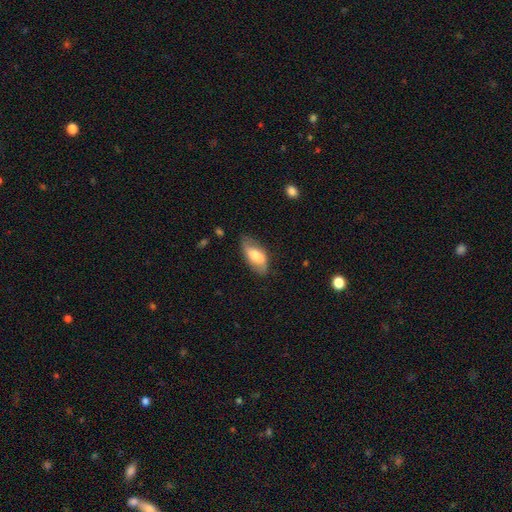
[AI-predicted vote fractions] Smooth or featured: smooth — 54% (featured or disk — 40%)
How rounded: in between — 86% (cigar-shaped — 11%)
Merging: none — 64% (minor disturbance — 26%)